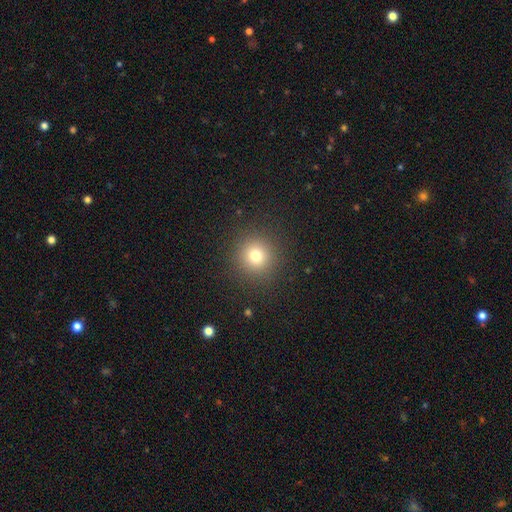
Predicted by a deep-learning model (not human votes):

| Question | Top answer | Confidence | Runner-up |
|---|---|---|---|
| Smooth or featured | smooth | 75% | star or artifact (17%) |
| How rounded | round | 94% | in between (5%) |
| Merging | none | 90% | minor disturbance (6%) |